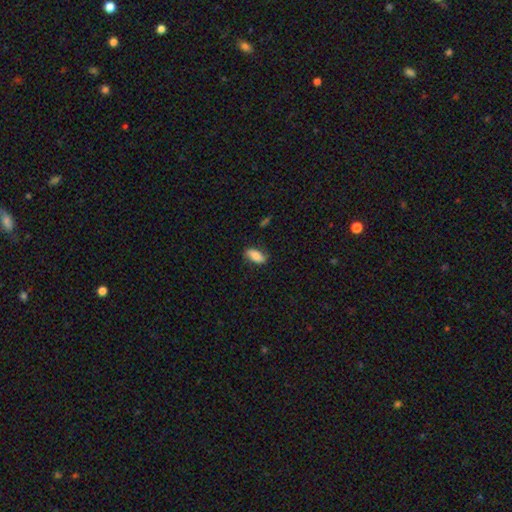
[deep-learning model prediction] Overall: smooth (82%). How rounded: in between (87%). Merging: none (82%).